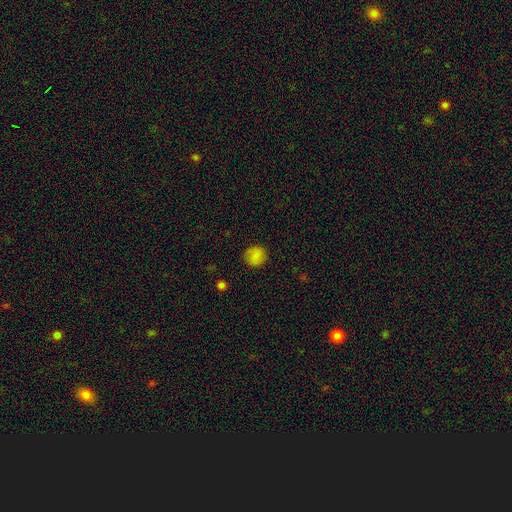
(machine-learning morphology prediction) This appears to be a smooth galaxy with no disk features (84%) that is round (90%). Merging: none (88%).